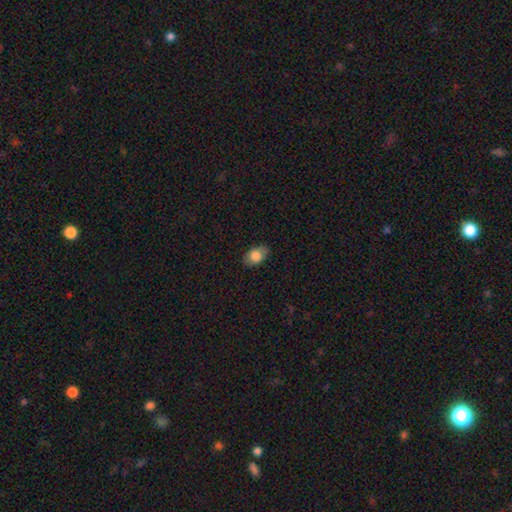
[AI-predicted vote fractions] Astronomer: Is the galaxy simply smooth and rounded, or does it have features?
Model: smooth — 79%.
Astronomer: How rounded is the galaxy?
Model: in between — 86%.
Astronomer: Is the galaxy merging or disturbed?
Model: none — 81%.